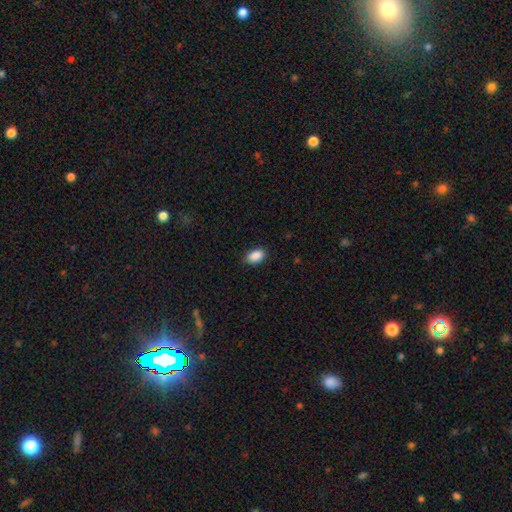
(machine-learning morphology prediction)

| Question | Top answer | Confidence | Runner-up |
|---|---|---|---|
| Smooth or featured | smooth | 90% | star or artifact (7%) |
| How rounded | in between | 91% | round (8%) |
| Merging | none | 86% | minor disturbance (11%) |